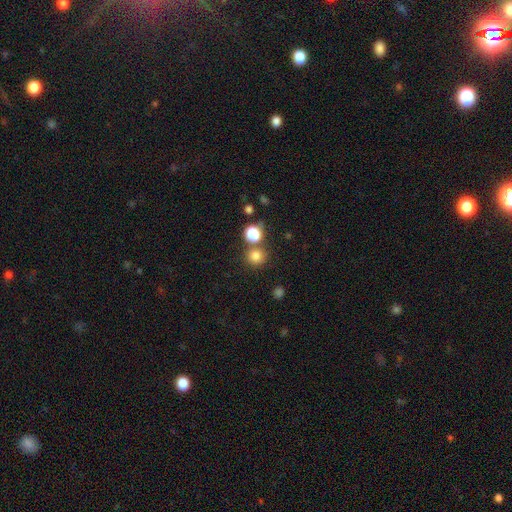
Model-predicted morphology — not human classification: This is likely a smooth galaxy (80%). How rounded: clearly round (87%). Merging: likely none (67%).